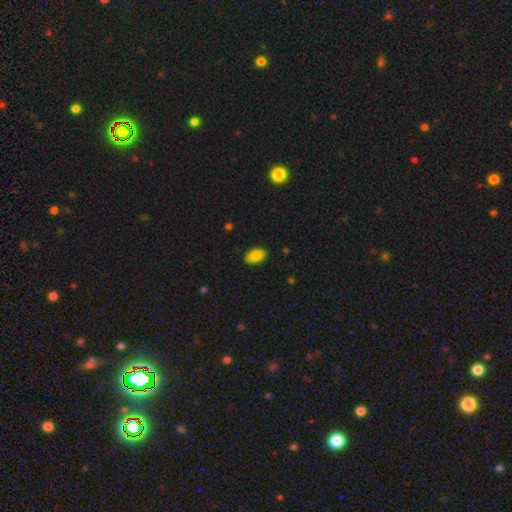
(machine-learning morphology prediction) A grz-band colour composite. It shows a smooth galaxy with no disk features (88%) that is in between round and cigar-shaped (93%). Merging: none (86%).